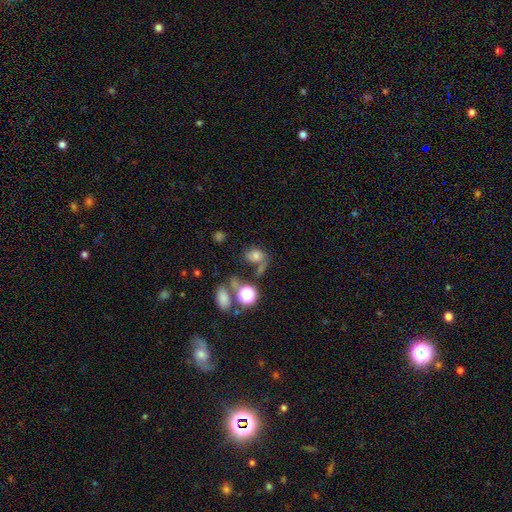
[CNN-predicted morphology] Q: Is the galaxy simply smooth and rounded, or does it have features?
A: smooth — 59%.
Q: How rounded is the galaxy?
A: in between — 59%.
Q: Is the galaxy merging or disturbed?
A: none — 33%.